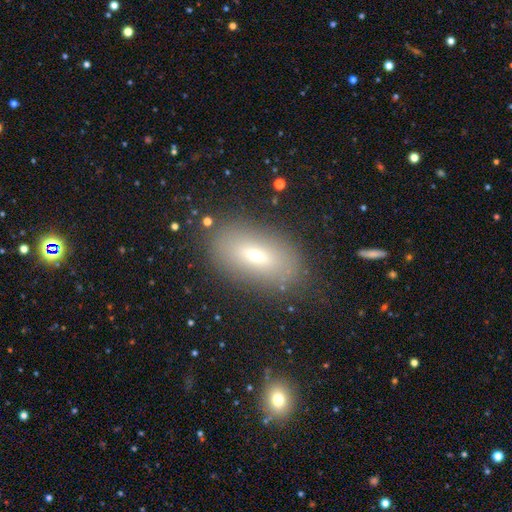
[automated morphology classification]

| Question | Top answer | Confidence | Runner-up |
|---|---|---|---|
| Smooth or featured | smooth | 63% | featured or disk (23%) |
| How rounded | in between | 84% | cigar-shaped (9%) |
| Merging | none | 81% | minor disturbance (11%) |